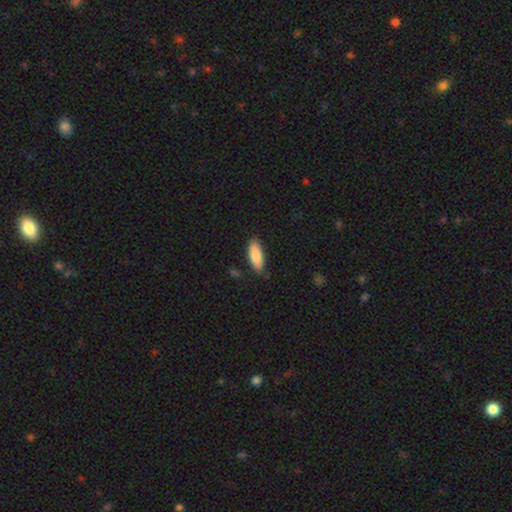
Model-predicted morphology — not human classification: type=smooth (85%); roundness=in between (68%); merging=none (82%).